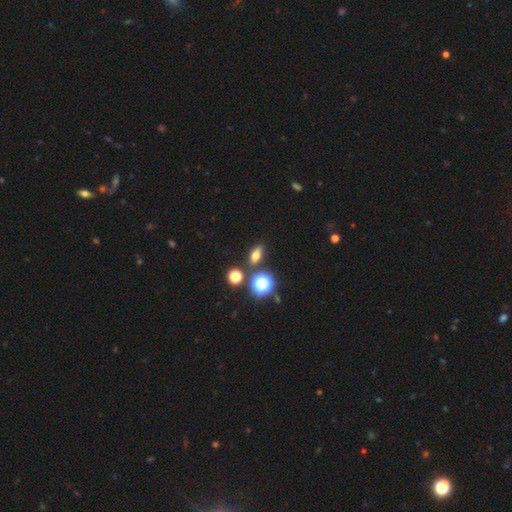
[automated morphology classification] A smooth galaxy with no disk features (65%) that is in between round and cigar-shaped (66%). Merging: none (82%).